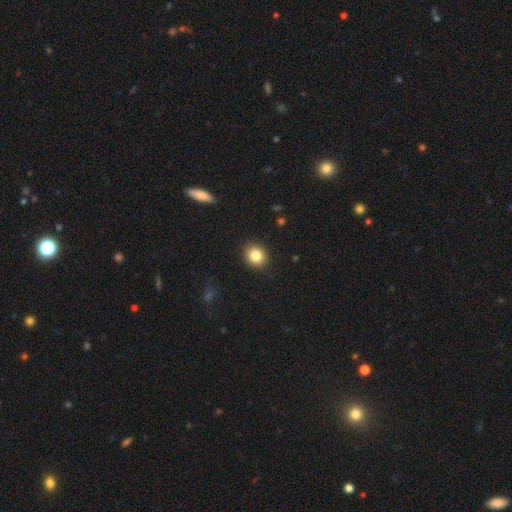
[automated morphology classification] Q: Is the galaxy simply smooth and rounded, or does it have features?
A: smooth — 85%.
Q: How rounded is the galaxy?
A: round — 80%.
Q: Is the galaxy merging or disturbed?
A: none — 90%.